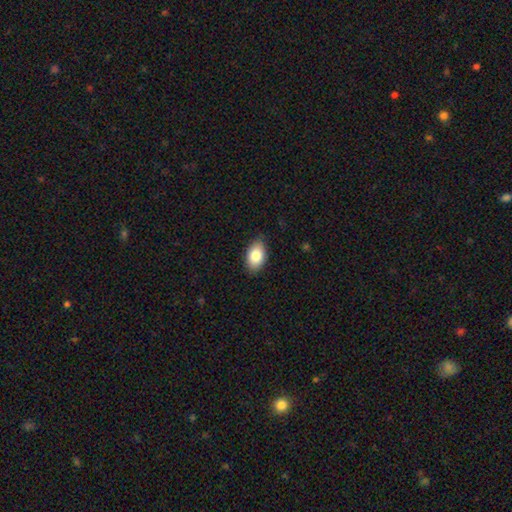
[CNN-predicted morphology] A smooth galaxy with no disk features (84%) that is in between round and cigar-shaped (92%). Merging: none (85%).